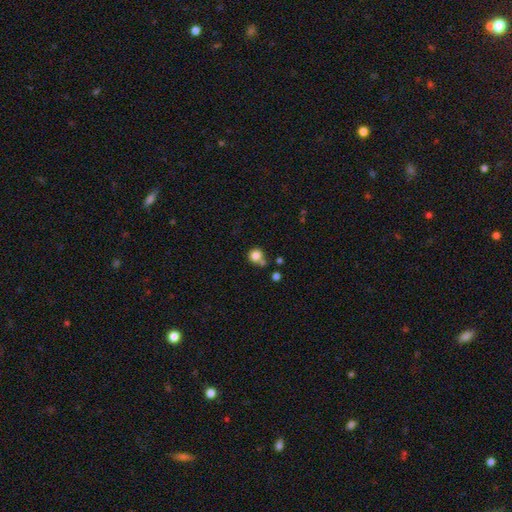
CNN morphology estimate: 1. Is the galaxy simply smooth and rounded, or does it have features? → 82% smooth, 11% star or artifact, 6% featured or disk.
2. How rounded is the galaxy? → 90% round, 9% in between, 1% cigar-shaped.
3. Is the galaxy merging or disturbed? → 61% none, 22% merger, 12% minor disturbance, 5% major disturbance.